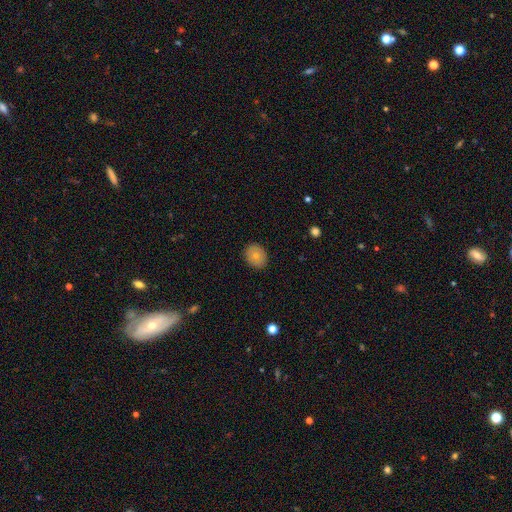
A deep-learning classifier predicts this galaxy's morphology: Q: Smooth or featured?
A: smooth (77%); runner-up: featured or disk (15%)
Q: How rounded?
A: round (51%); runner-up: in between (48%)
Q: Merging?
A: none (88%); runner-up: minor disturbance (9%)